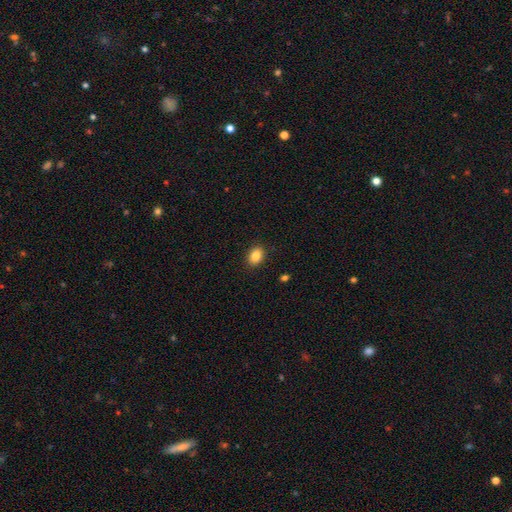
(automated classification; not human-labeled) This appears to be a smooth galaxy with no disk features (86%) that is in between round and cigar-shaped (66%). Merging: none (90%).